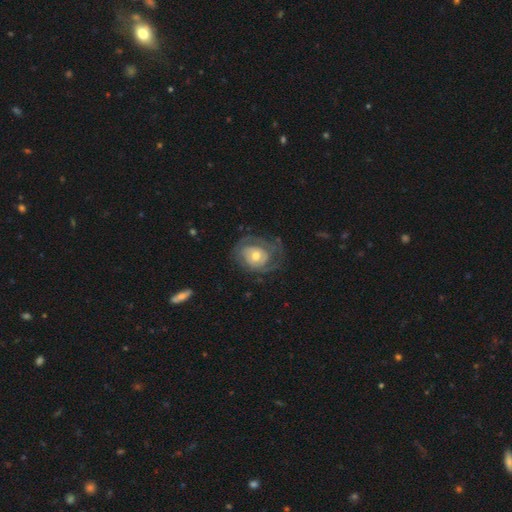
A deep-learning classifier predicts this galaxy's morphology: Smooth or featured?
  - featured or disk: 73% *
  - smooth: 21%
  - star or artifact: 6%
Edge-on disk?
  - no: 97% *
  - yes: 3%
Bar?
  - no: 73% *
  - weak: 22%
  - strong: 5%
Spiral arms?
  - yes: 78% *
  - no: 22%
Spiral winding?
  - tight: 61% *
  - medium: 28%
  - loose: 12%
Spiral arm count?
  - can't tell: 41% *
  - 2: 32%
  - 3: 12%
  - 1: 9%
  - 4: 4%
  - more than 4: 3%
Bulge size?
  - moderate: 66% *
  - small: 25%
  - large: 7%
  - none: 1%
  - dominant: 1%
Merging?
  - none: 58% *
  - minor disturbance: 21%
  - major disturbance: 19%
  - merger: 1%